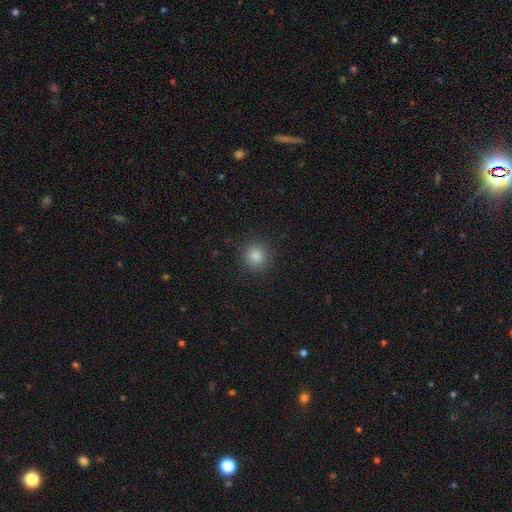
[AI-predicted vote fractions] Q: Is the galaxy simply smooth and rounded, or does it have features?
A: smooth — 81%.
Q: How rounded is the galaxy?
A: round — 94%.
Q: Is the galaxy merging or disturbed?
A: none — 92%.